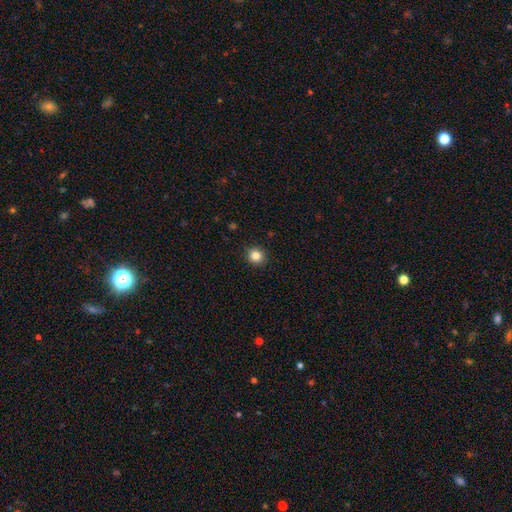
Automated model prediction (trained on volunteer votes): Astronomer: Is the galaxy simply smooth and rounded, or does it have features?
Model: smooth — 84%.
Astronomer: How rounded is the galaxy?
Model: round — 93%.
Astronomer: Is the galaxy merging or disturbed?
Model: none — 92%.